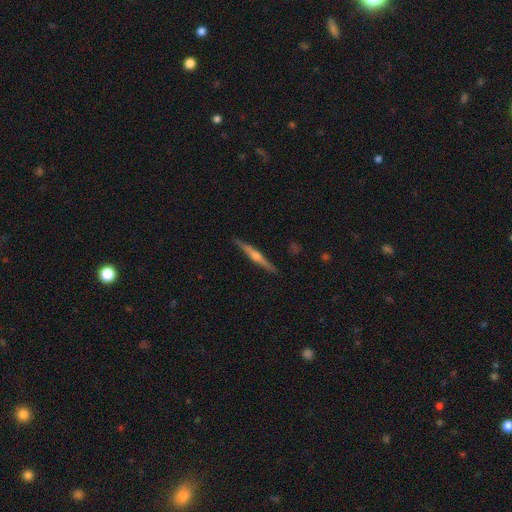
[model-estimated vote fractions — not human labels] A featured or disk galaxy (71%) viewed edge-on (98%) with a rounded central bulge (87%).

Vote fractions:
- Smooth or featured? featured or disk: 71% / smooth: 23% / star or artifact: 6%
- Edge-on disk? yes: 98% / no: 2%
- Edge-on bulge? rounded: 87% / none: 7% / boxy: 6%
- Merging? none: 90% / minor disturbance: 7% / major disturbance: 1% / merger: 1%